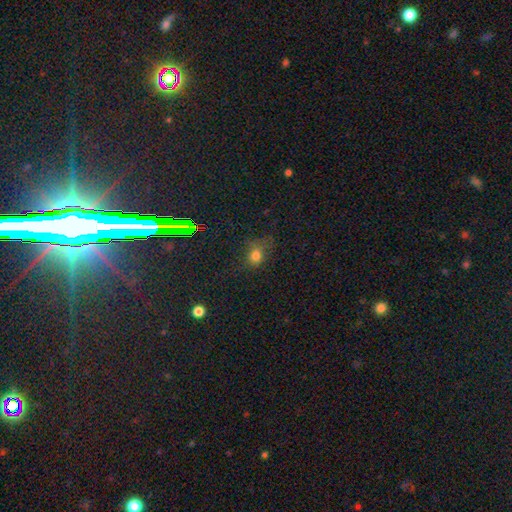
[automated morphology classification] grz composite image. It shows a smooth galaxy with no disk features (70%) that is round (57%). Merging: none (62%).